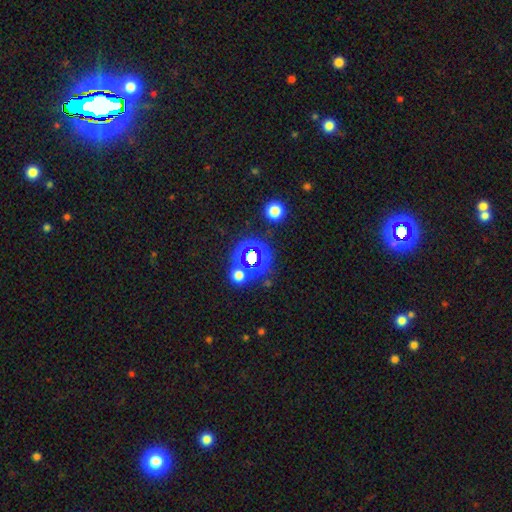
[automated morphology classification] Smooth or featured?
  - star or artifact: 61% *
  - smooth: 28%
  - featured or disk: 11%